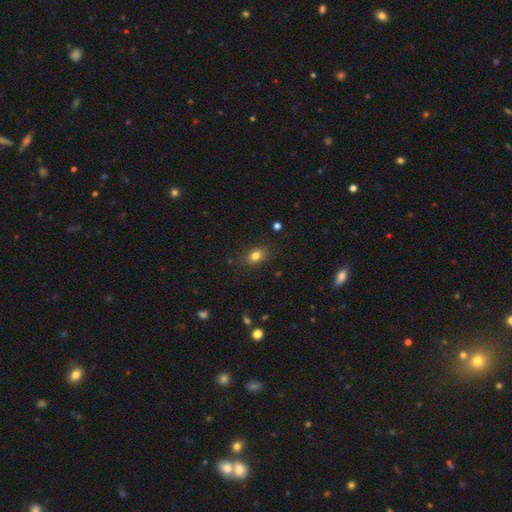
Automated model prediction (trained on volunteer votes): Smooth or featured? Predicted: smooth (p=0.80). How rounded? Predicted: in between (p=0.67). Merging? Predicted: none (p=0.84).